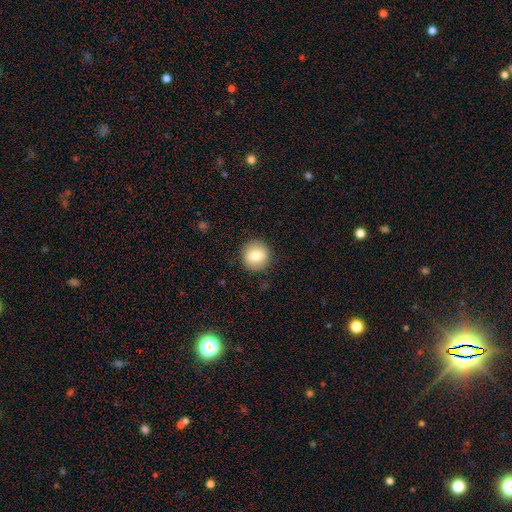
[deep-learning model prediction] Smooth or featured? smooth (75%)
How rounded? round (91%)
Merging? none (89%)